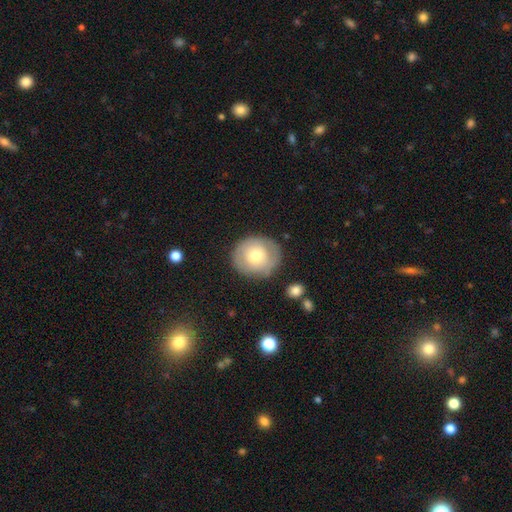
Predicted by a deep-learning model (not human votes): Q: Smooth or featured?
A: smooth (61%); runner-up: featured or disk (32%)
Q: How rounded?
A: round (84%); runner-up: in between (15%)
Q: Merging?
A: none (80%); runner-up: minor disturbance (13%)